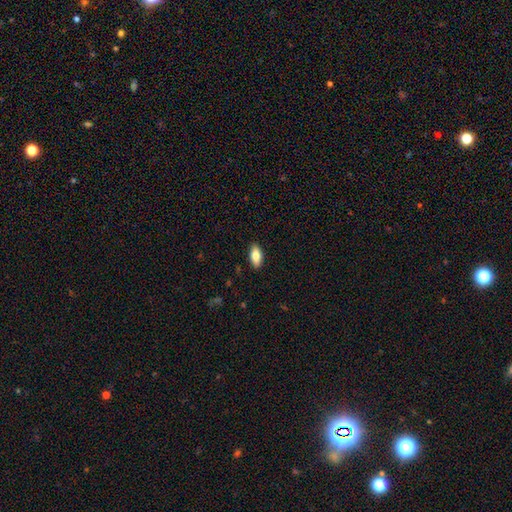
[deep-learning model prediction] smooth-or-featured: smooth: 78% | featured or disk: 16% | star or artifact: 6%
  how-rounded: in between: 88% | cigar-shaped: 10% | round: 3%
  merging: none: 90% | minor disturbance: 8% | major disturbance: 2% | merger: 1%